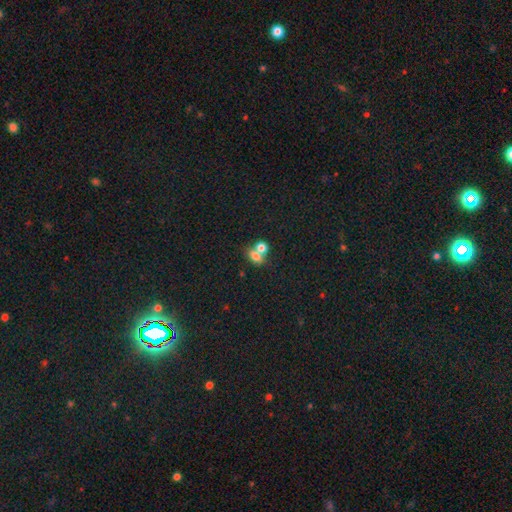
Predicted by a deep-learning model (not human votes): smooth 75%, featured or disk 14%, star or artifact 12%. Down the decision tree: how rounded — in between (64%); merging — merger (58%).